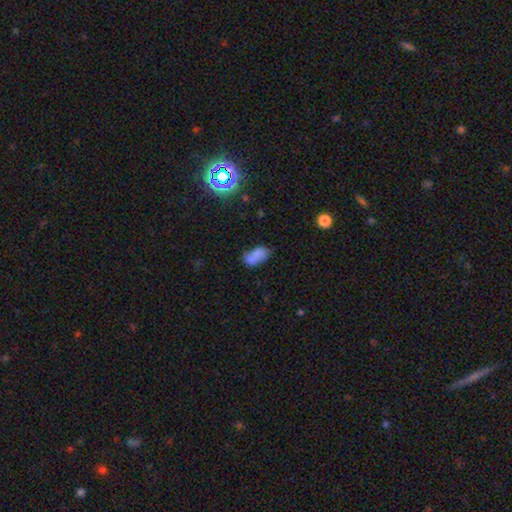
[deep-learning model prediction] A smooth galaxy with no disk features (75%) that is in between round and cigar-shaped (90%).

Vote fractions:
- Smooth or featured? smooth: 75% / featured or disk: 13% / star or artifact: 12%
- How rounded? in between: 90% / round: 6% / cigar-shaped: 4%
- Merging? none: 46% / minor disturbance: 25% / merger: 19% / major disturbance: 10%